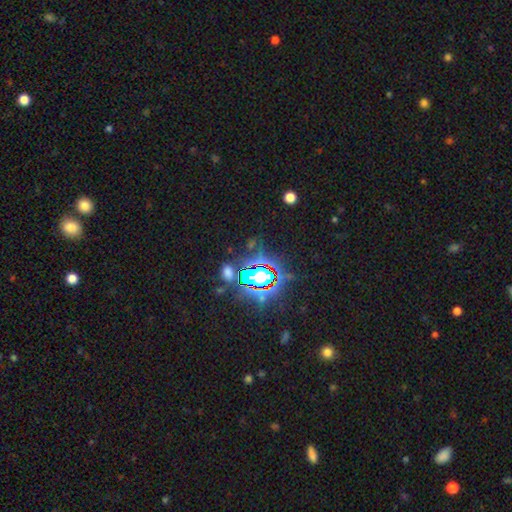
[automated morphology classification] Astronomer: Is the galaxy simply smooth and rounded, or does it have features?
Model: star or artifact — 84%.